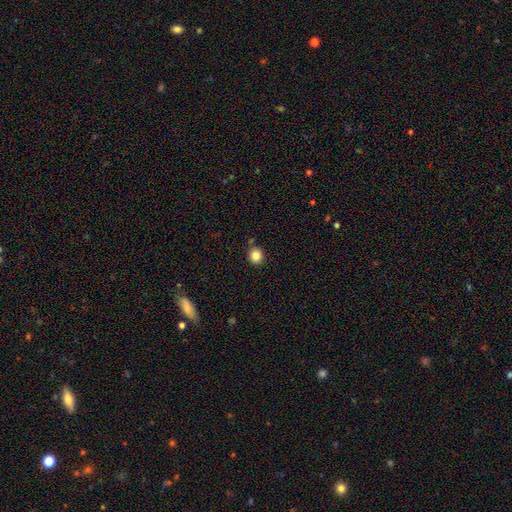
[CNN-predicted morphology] Smooth or featured? smooth (84%)
How rounded? round (87%)
Merging? none (82%)